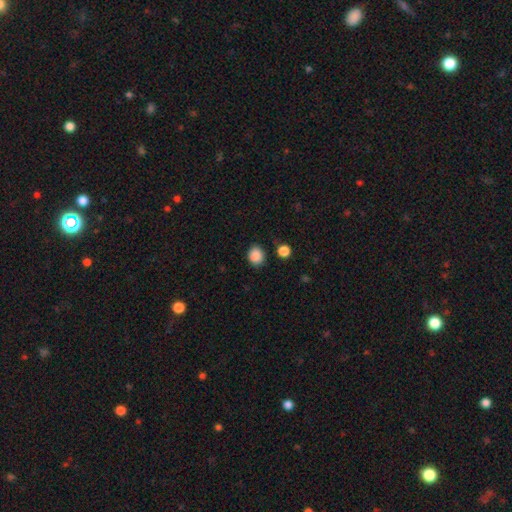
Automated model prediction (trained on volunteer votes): The model was most divided on "how rounded": round: 68%, in between: 32%, cigar-shaped: 1%. More confident: smooth or featured — smooth (87%); merging — none (85%).